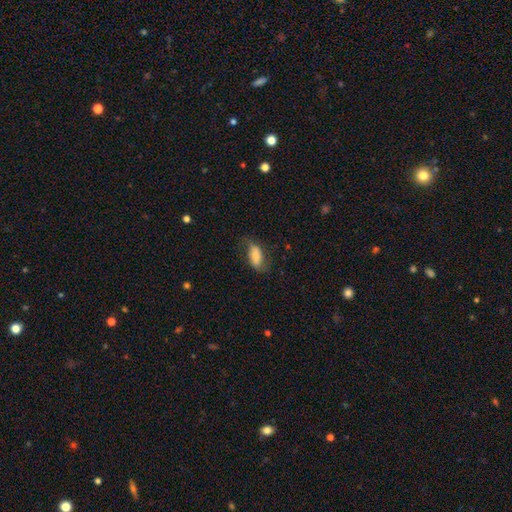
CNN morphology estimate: smooth 70%, featured or disk 23%, star or artifact 7%. Down the decision tree: how rounded — in between (86%); merging — none (60%).